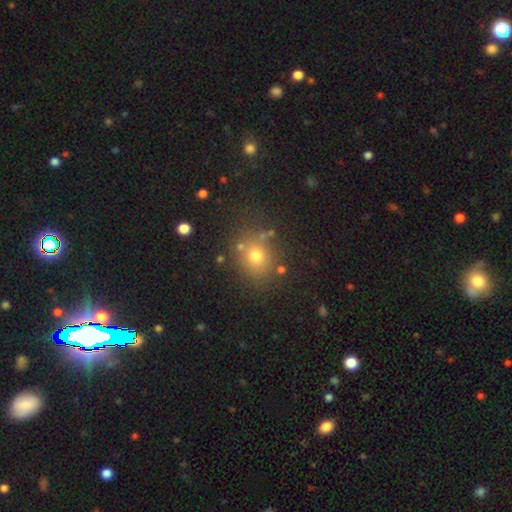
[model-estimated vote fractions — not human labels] smooth-or-featured: smooth: 71% | star or artifact: 18% | featured or disk: 11%
  how-rounded: round: 70% | in between: 29% | cigar-shaped: 1%
  merging: none: 78% | minor disturbance: 11% | merger: 7% | major disturbance: 5%